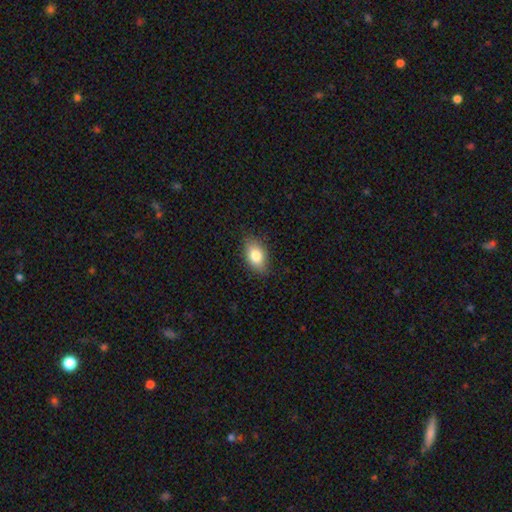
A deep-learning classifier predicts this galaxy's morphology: A smooth galaxy with no disk features (80%) that is in between round and cigar-shaped (88%).

Vote fractions:
- Smooth or featured? smooth: 80% / featured or disk: 12% / star or artifact: 8%
- How rounded? in between: 88% / round: 9% / cigar-shaped: 3%
- Merging? none: 83% / minor disturbance: 14% / major disturbance: 3% / merger: 1%